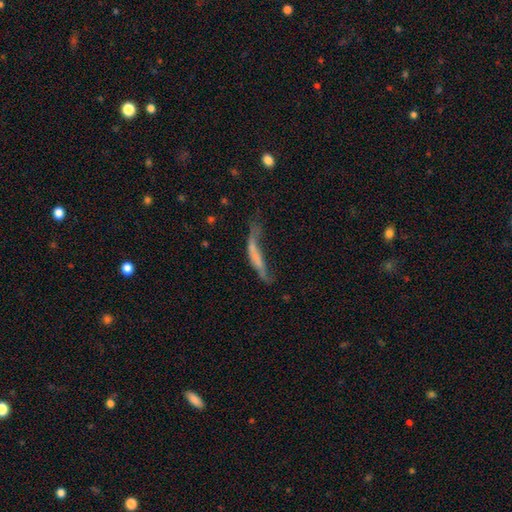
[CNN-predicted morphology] Q: Smooth or featured?
A: smooth (47%); runner-up: featured or disk (40%)
Q: Merging?
A: major disturbance (44%); runner-up: none (23%)